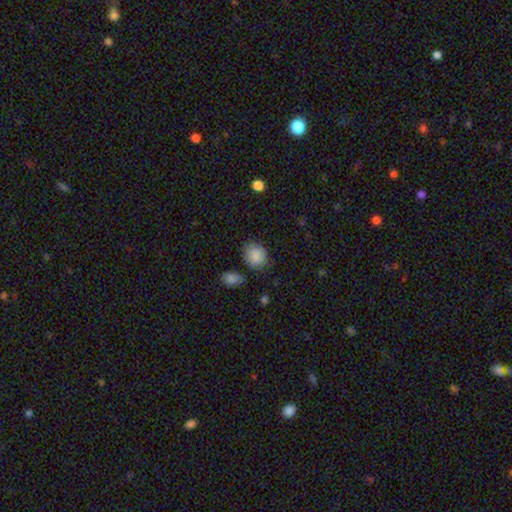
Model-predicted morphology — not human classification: Q: Smooth or featured?
A: smooth (88%); runner-up: star or artifact (8%)
Q: How rounded?
A: round (70%); runner-up: in between (29%)
Q: Merging?
A: none (77%); runner-up: minor disturbance (16%)